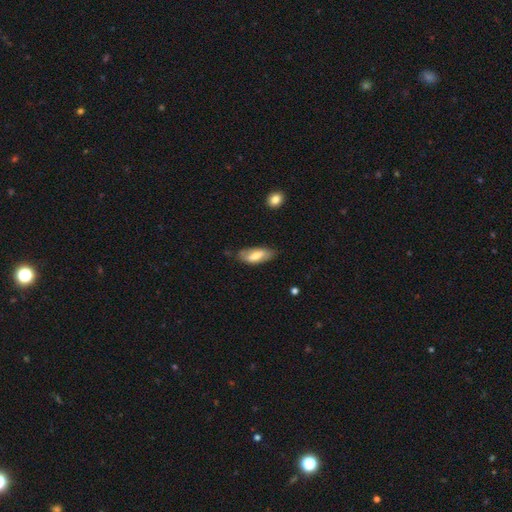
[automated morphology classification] A smooth galaxy with no disk features (64%) that is in between round and cigar-shaped (79%).

Vote fractions:
- Smooth or featured? smooth: 64% / featured or disk: 30% / star or artifact: 7%
- How rounded? in between: 79% / cigar-shaped: 19% / round: 2%
- Merging? none: 69% / minor disturbance: 24% / major disturbance: 6% / merger: 2%